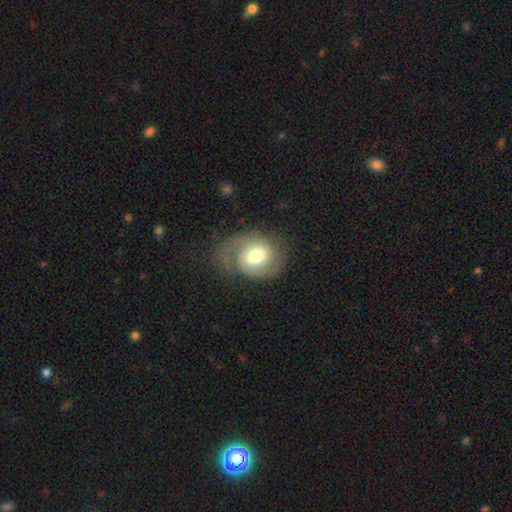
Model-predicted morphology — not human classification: smooth-or-featured: featured or disk: 62% | smooth: 31% | star or artifact: 7%
  disk-edge-on: no: 97% | yes: 3%
    bar: no: 60% | weak: 32% | strong: 8%
    has-spiral-arms: yes: 85% | no: 15%
      spiral-winding: medium: 44% | tight: 31% | loose: 25%
      spiral-arm-count: 2: 72% | 1: 16% | can't tell: 8% | 3: 2% | 4: 1% | more than 4: 1%
    bulge-size: moderate: 56% | large: 31% | small: 8% | dominant: 5% | none: 1%
  merging: none: 57% | minor disturbance: 21% | major disturbance: 21% | merger: 2%